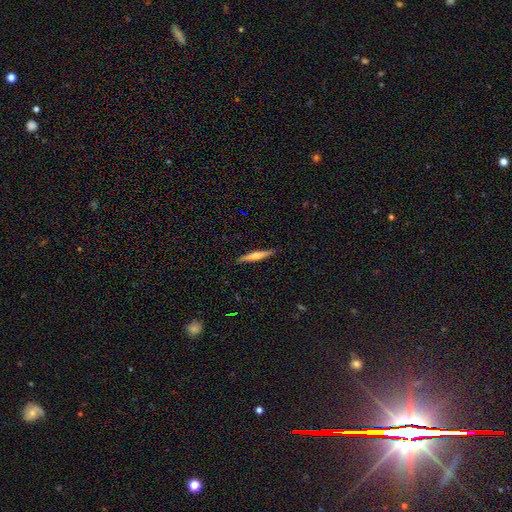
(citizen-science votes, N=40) Q: Smooth or featured?
A: smooth (70%); runner-up: featured or disk (28%)
Q: How rounded?
A: cigar-shaped (82%); runner-up: in between (14%)
Q: Merging?
A: none (87%); runner-up: minor disturbance (8%)